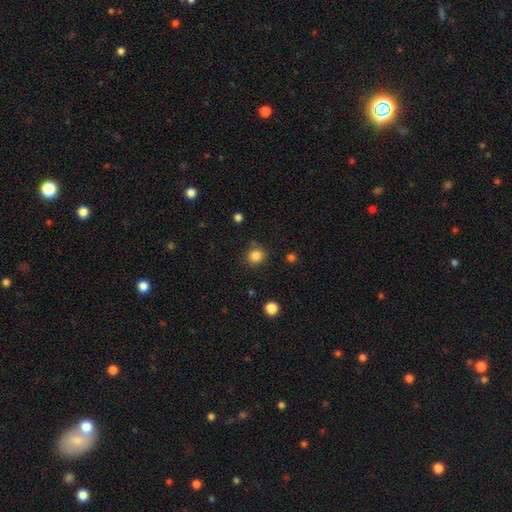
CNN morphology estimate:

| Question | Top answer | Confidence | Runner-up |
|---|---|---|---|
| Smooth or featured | smooth | 84% | star or artifact (12%) |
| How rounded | round | 87% | in between (12%) |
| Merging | none | 83% | minor disturbance (10%) |